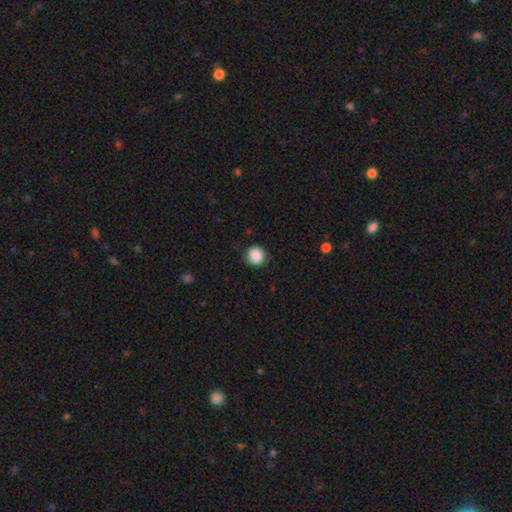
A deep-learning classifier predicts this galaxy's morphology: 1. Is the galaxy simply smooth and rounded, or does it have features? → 88% smooth, 9% star or artifact, 3% featured or disk.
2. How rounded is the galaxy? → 91% round, 8% in between, 1% cigar-shaped.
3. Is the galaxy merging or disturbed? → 88% none, 9% minor disturbance, 3% major disturbance, 1% merger.